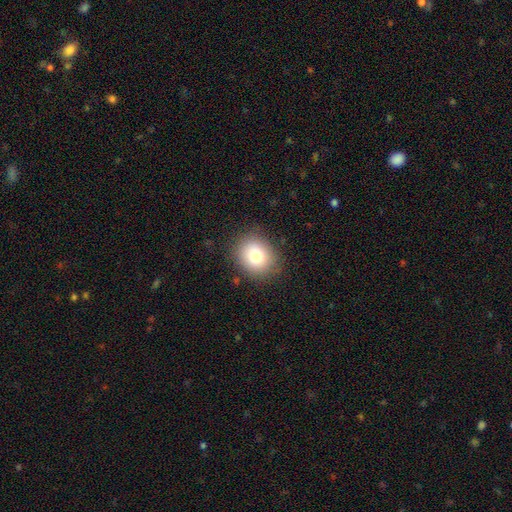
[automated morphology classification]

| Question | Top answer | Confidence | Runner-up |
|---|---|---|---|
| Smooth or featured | smooth | 78% | star or artifact (11%) |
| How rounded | round | 65% | in between (34%) |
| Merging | none | 85% | minor disturbance (11%) |